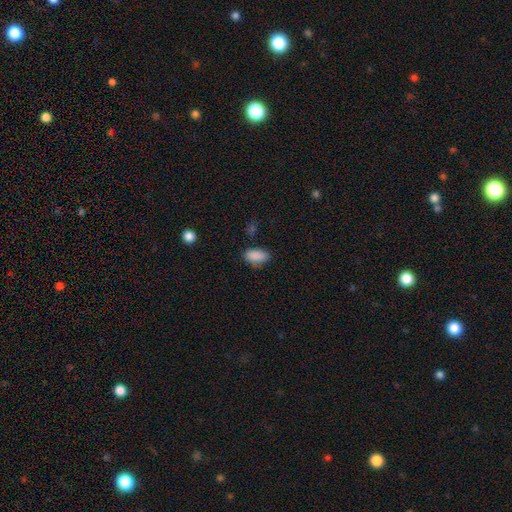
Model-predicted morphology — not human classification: Overall: smooth (88%). How rounded: in between (92%). Merging: none (74%).